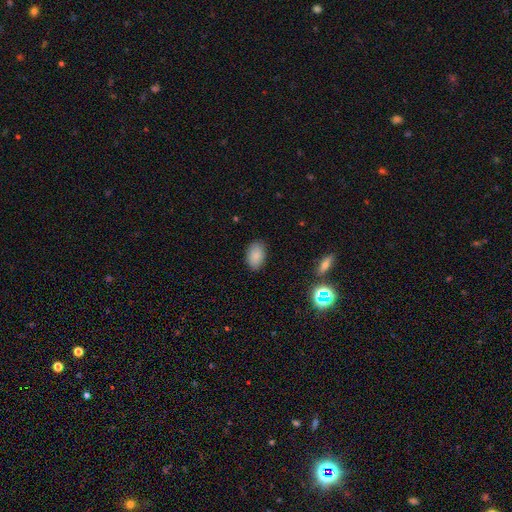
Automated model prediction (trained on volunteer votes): smooth-or-featured: smooth: 86% | star or artifact: 9% | featured or disk: 6%
  how-rounded: in between: 89% | round: 10% | cigar-shaped: 1%
  merging: none: 86% | minor disturbance: 10% | major disturbance: 3% | merger: 1%